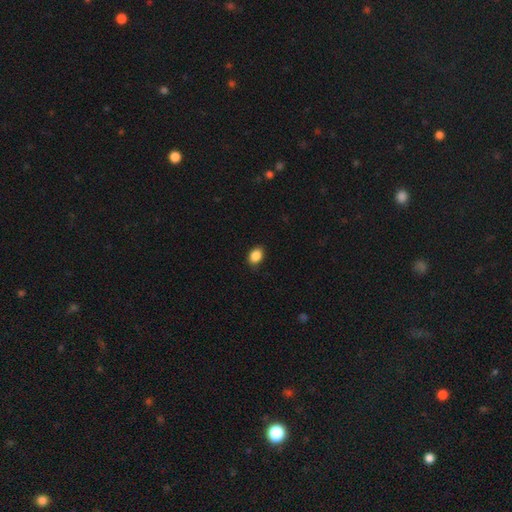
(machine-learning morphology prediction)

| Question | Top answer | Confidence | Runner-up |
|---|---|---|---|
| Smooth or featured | smooth | 87% | star or artifact (8%) |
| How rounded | in between | 70% | round (28%) |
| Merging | none | 83% | minor disturbance (14%) |